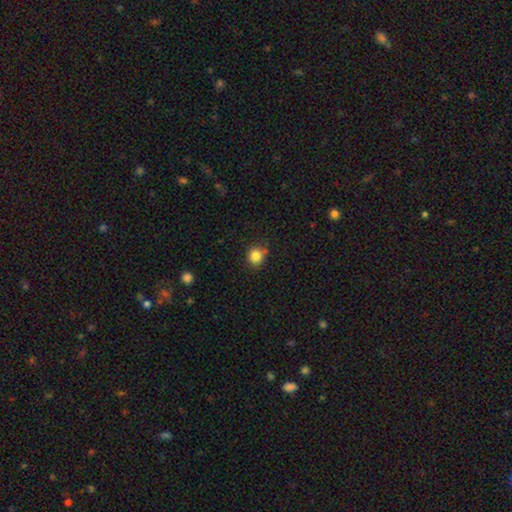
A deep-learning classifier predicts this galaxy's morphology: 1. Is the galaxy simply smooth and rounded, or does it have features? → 85% smooth, 11% star or artifact, 4% featured or disk.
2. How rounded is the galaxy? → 86% round, 13% in between, 1% cigar-shaped.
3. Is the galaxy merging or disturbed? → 79% none, 14% minor disturbance, 4% merger, 3% major disturbance.